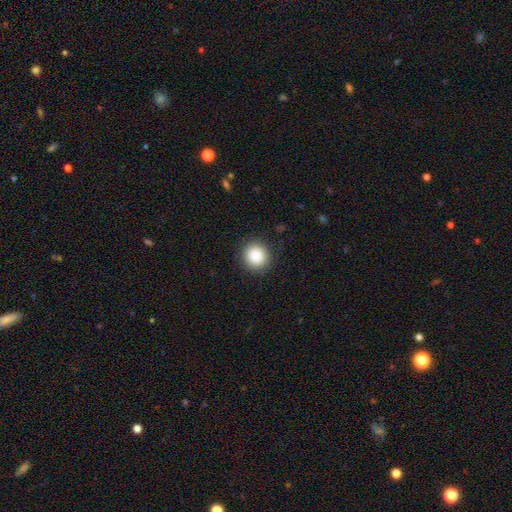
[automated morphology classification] Smooth or featured: smooth — 88% (star or artifact — 9%)
How rounded: round — 92% (in between — 7%)
Merging: none — 90% (minor disturbance — 6%)